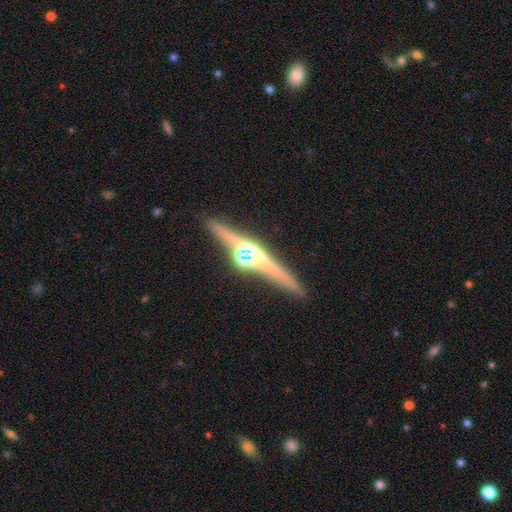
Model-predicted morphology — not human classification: A featured or disk galaxy (86%) viewed edge-on (98%) with a rounded central bulge (86%).

Vote fractions:
- Smooth or featured? featured or disk: 86% / smooth: 8% / star or artifact: 6%
- Edge-on disk? yes: 98% / no: 2%
- Edge-on bulge? rounded: 86% / boxy: 10% / none: 4%
- Merging? none: 82% / minor disturbance: 11% / merger: 5% / major disturbance: 3%